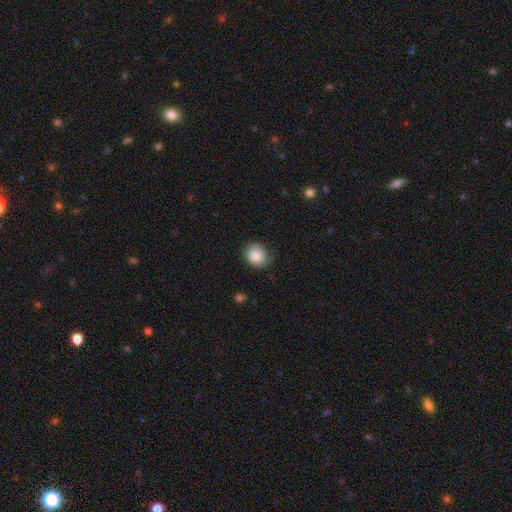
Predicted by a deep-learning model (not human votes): Smooth or featured?
  - smooth: 82% *
  - featured or disk: 10%
  - star or artifact: 8%
How rounded?
  - round: 68% *
  - in between: 32%
  - cigar-shaped: 1%
Merging?
  - none: 67% *
  - minor disturbance: 25%
  - major disturbance: 6%
  - merger: 1%